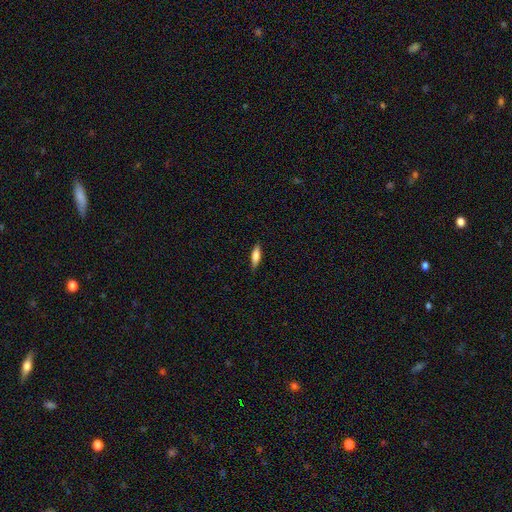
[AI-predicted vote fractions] Smooth or featured: smooth — 72% (featured or disk — 22%)
How rounded: cigar-shaped — 56% (in between — 41%)
Merging: none — 84% (minor disturbance — 12%)